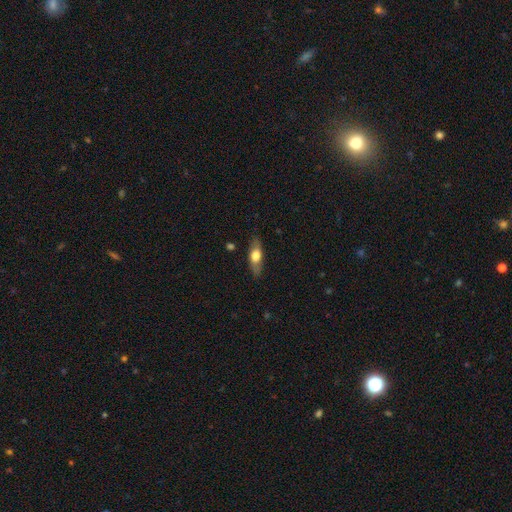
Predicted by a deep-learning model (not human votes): Smooth or featured? Predicted: smooth (p=0.57). How rounded? Predicted: in between (p=0.60). Merging? Predicted: none (p=0.83).